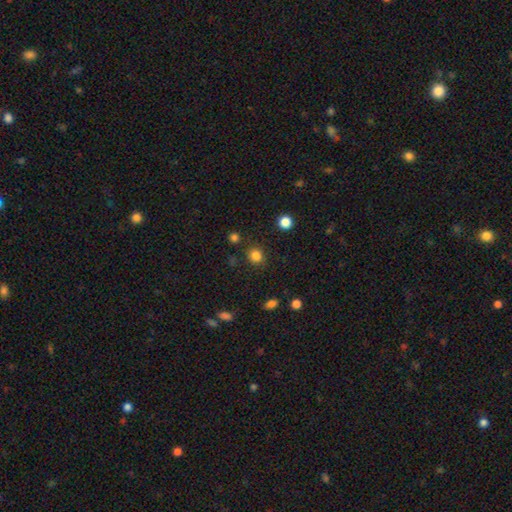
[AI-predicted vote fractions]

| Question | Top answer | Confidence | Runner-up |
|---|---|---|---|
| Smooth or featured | smooth | 83% | star or artifact (13%) |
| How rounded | round | 85% | in between (14%) |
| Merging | none | 86% | minor disturbance (8%) |